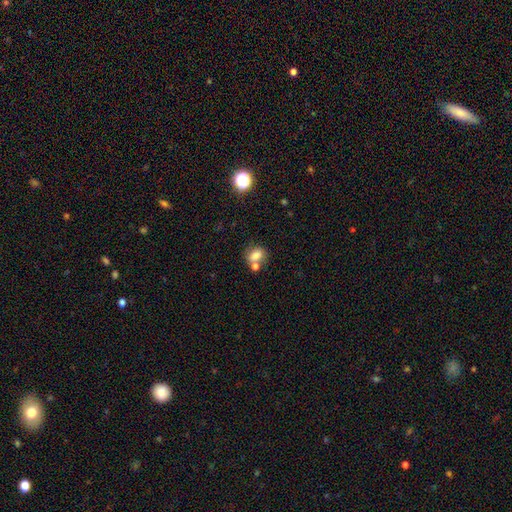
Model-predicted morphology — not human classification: A smooth galaxy with no disk features (75%) that is in between round and cigar-shaped (59%). Merging: none (48%).